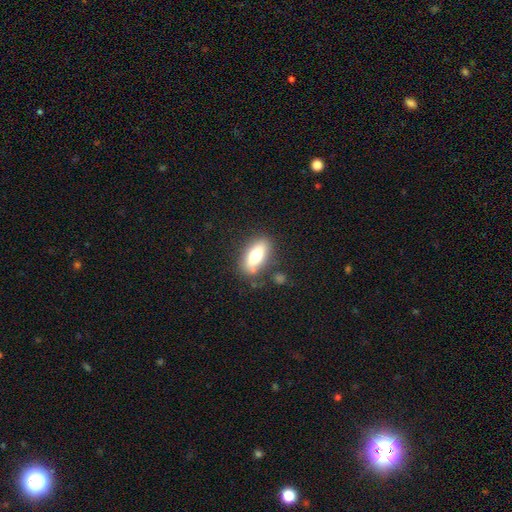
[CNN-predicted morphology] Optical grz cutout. It shows a smooth galaxy with no disk features (69%) that is in between round and cigar-shaped (78%). Merging: none (80%).